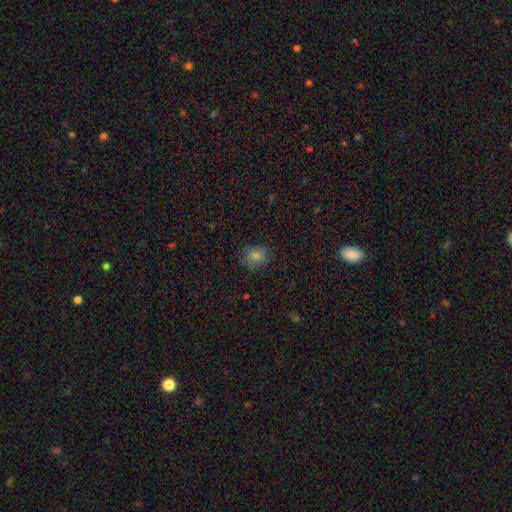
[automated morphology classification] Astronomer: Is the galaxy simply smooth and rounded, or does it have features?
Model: smooth — 74%.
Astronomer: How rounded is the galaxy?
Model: round — 76%.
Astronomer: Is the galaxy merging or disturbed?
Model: none — 83%.